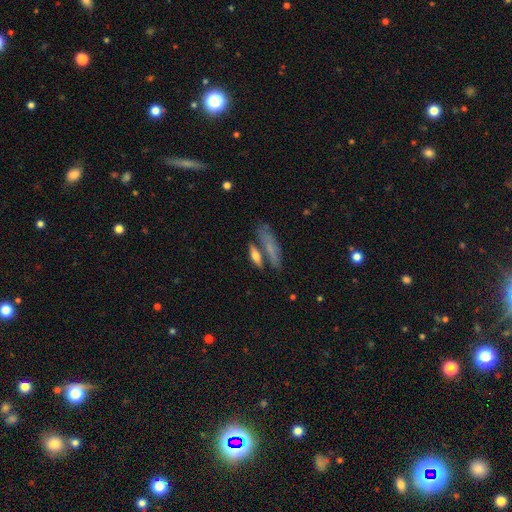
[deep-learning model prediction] smooth 61%, featured or disk 32%, star or artifact 7%. Down the decision tree: how rounded — cigar-shaped (56%); merging — none (57%).